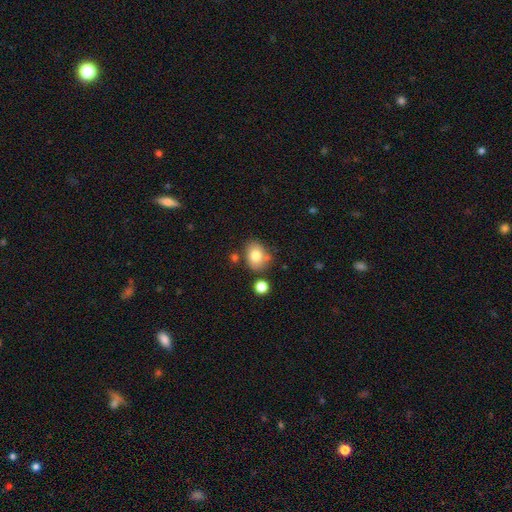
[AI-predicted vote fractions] A smooth galaxy with no disk features (79%) that is in between round and cigar-shaped (59%).

Vote fractions:
- Smooth or featured? smooth: 79% / featured or disk: 11% / star or artifact: 10%
- How rounded? in between: 59% / round: 40% / cigar-shaped: 1%
- Merging? none: 69% / minor disturbance: 17% / merger: 10% / major disturbance: 4%